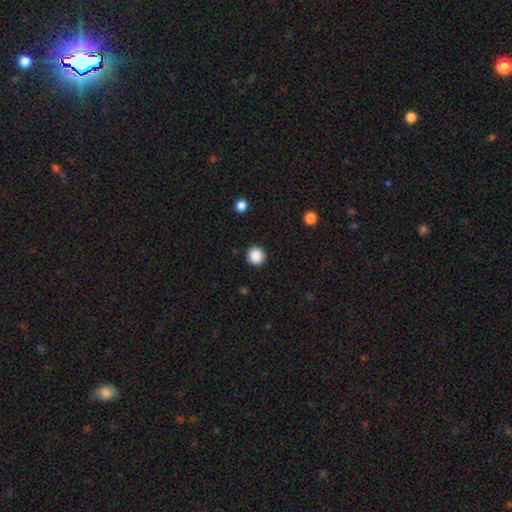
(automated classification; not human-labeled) A smooth galaxy with no disk features (88%) that is round (95%). Merging: none (92%).